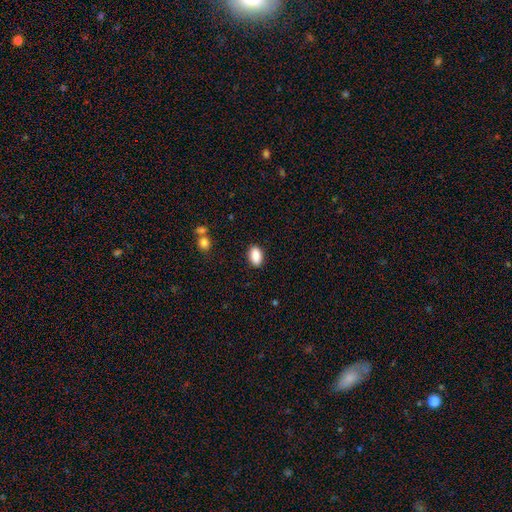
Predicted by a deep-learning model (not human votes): Smooth or featured: smooth — 89% (star or artifact — 7%)
How rounded: in between — 91% (round — 6%)
Merging: none — 87% (minor disturbance — 9%)